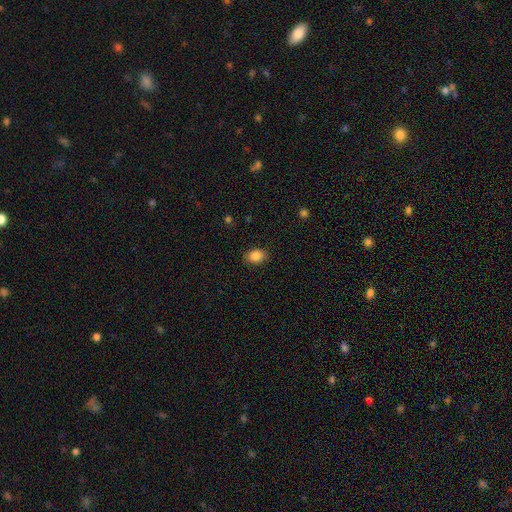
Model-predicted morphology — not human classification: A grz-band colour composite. It shows a smooth galaxy with no disk features (87%) that is in between round and cigar-shaped (74%). Merging: none (85%).